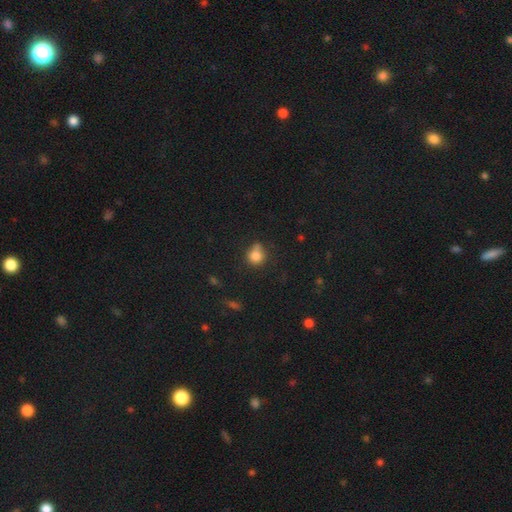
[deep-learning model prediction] Overall: smooth (81%). How rounded: round (83%). Merging: none (57%; minor disturbance 23%).